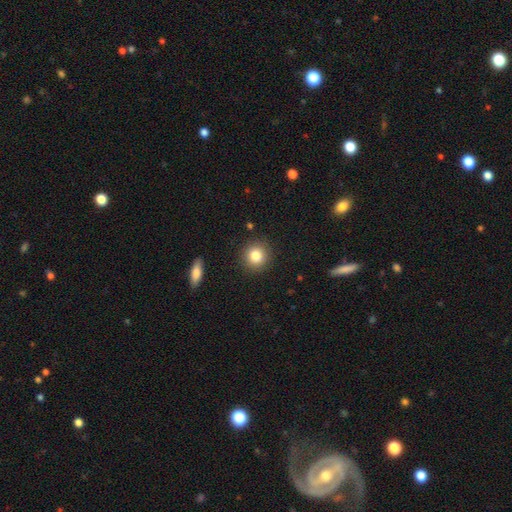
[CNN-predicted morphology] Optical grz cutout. It shows a smooth galaxy with no disk features (83%) that is round (88%). Merging: none (89%).